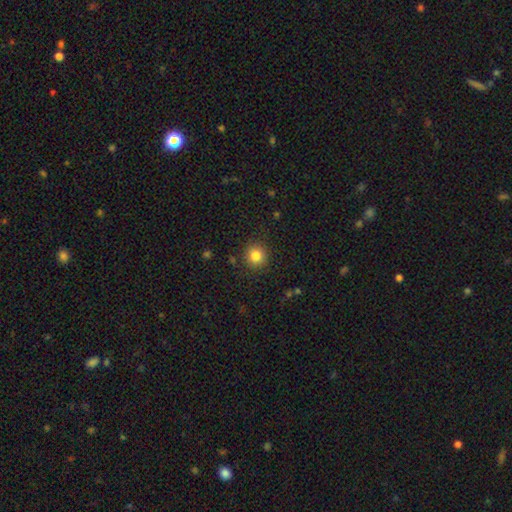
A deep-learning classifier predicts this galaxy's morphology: This is clearly a smooth galaxy (83%). How rounded: clearly round (93%). Merging: clearly none (89%).